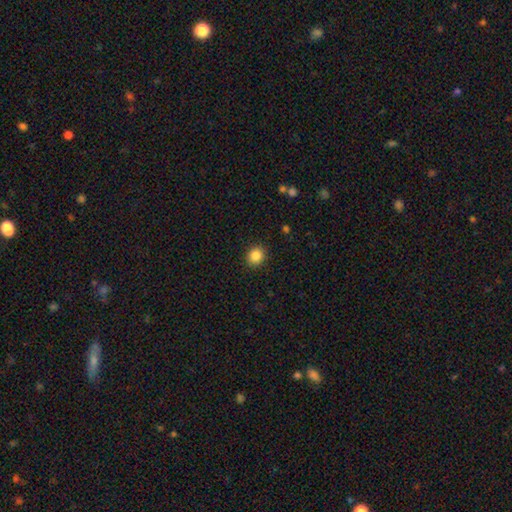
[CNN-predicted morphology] Smooth or featured?
  - smooth: 86% *
  - star or artifact: 10%
  - featured or disk: 4%
How rounded?
  - round: 78% *
  - in between: 21%
  - cigar-shaped: 1%
Merging?
  - none: 91% *
  - minor disturbance: 6%
  - major disturbance: 2%
  - merger: 1%